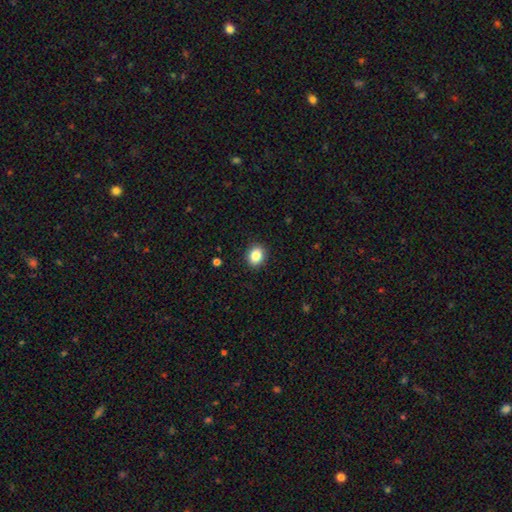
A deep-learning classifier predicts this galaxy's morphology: A smooth galaxy with no disk features (85%) that is round (62%).

Vote fractions:
- Smooth or featured? smooth: 85% / star or artifact: 10% / featured or disk: 6%
- How rounded? round: 62% / in between: 37% / cigar-shaped: 1%
- Merging? none: 91% / minor disturbance: 6% / major disturbance: 2% / merger: 1%